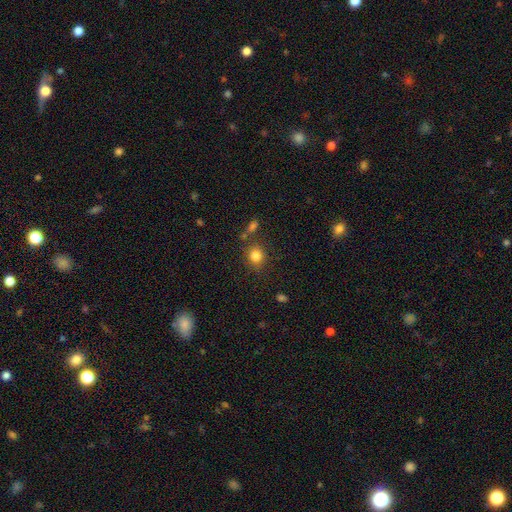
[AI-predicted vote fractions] smooth-or-featured: smooth: 82% | star or artifact: 12% | featured or disk: 7%
  how-rounded: round: 81% | in between: 18% | cigar-shaped: 1%
  merging: none: 77% | minor disturbance: 11% | merger: 7% | major disturbance: 4%